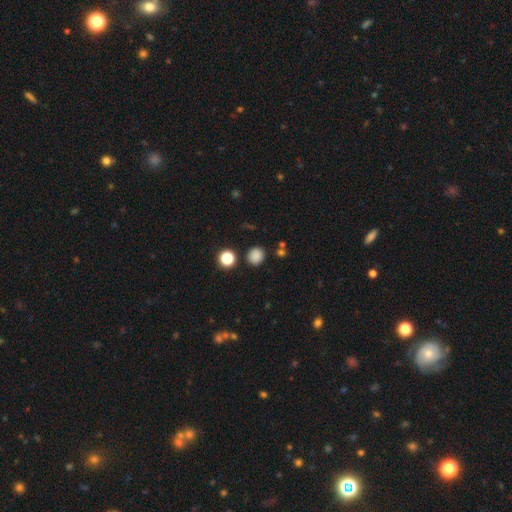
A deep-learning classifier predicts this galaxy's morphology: Smooth or featured? smooth (83%)
How rounded? round (80%)
Merging? none (84%)